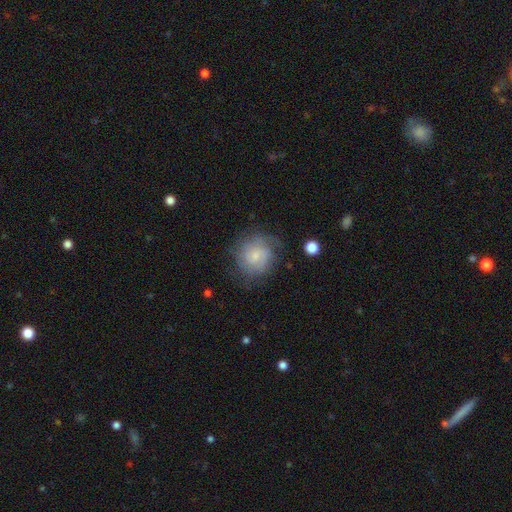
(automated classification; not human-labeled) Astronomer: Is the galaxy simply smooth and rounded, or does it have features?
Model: featured or disk — 50% (runner-up: smooth, 41%).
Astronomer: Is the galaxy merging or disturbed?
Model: none — 65%.